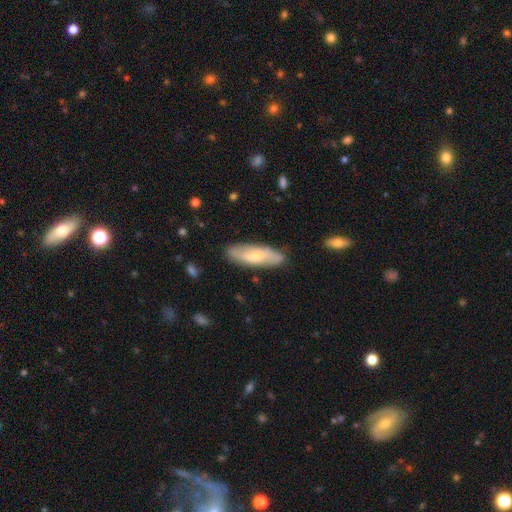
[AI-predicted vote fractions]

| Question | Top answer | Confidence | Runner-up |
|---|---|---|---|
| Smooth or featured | smooth | 48% | featured or disk (46%) |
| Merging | none | 83% | minor disturbance (12%) |